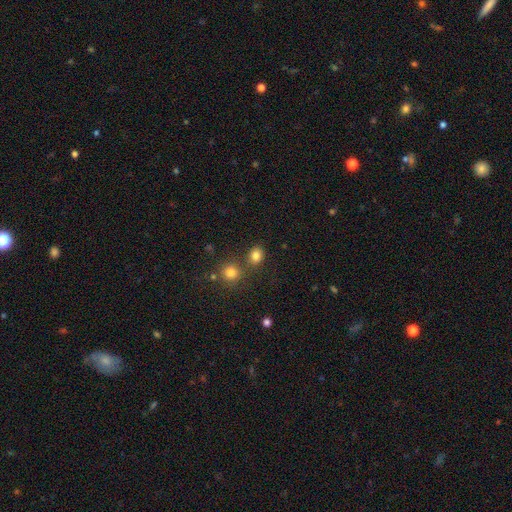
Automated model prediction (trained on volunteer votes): Q: Smooth or featured?
A: smooth (81%); runner-up: star or artifact (13%)
Q: How rounded?
A: round (60%); runner-up: in between (39%)
Q: Merging?
A: none (71%); runner-up: merger (15%)